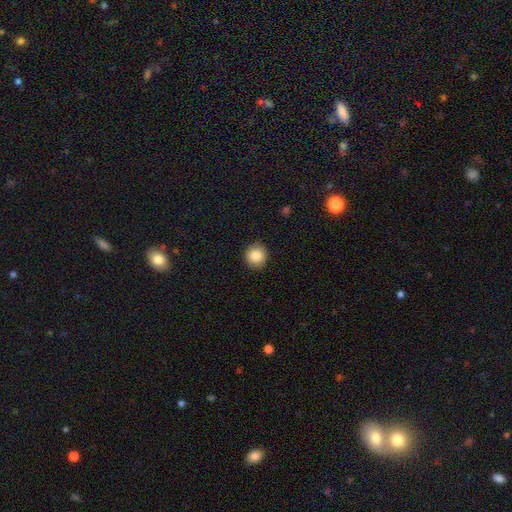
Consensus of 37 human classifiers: A smooth galaxy with no disk features (78%) that is round (93%). Merging: none (95%).